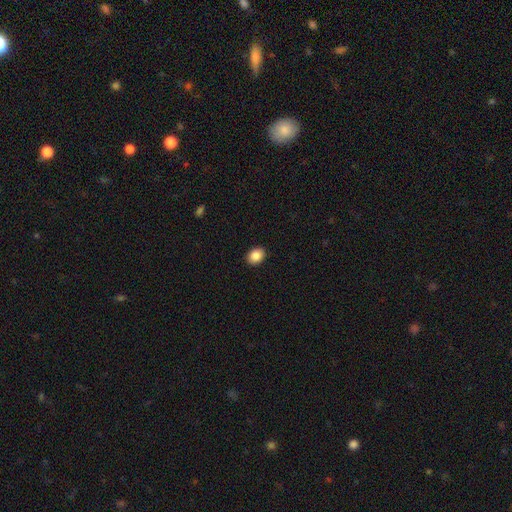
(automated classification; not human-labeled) Morphology: type=smooth (88%); roundness=in between (60%); merging=none (91%).